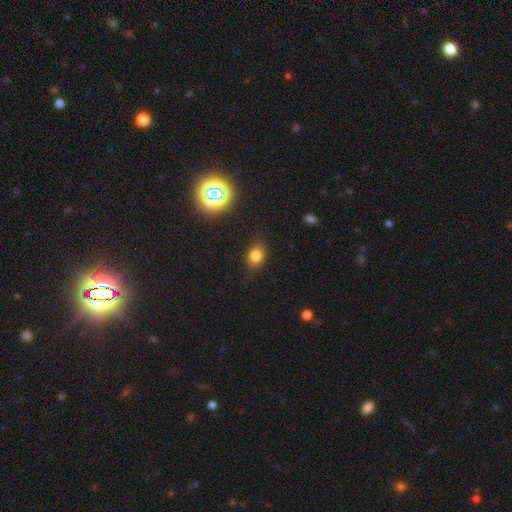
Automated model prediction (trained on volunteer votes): Smooth or featured? smooth (78%)
How rounded? in between (59%)
Merging? none (82%)